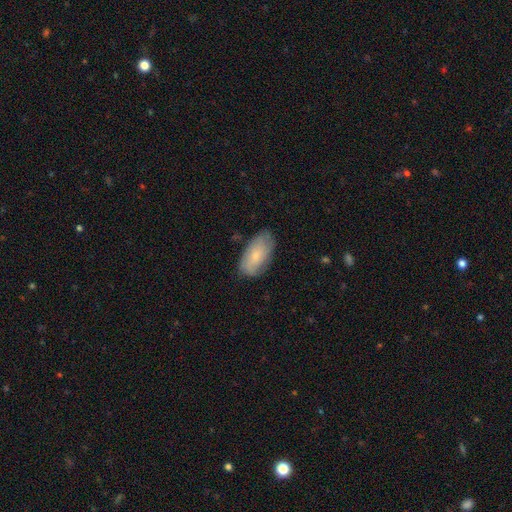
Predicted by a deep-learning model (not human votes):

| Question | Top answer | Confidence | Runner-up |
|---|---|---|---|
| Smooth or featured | smooth | 70% | featured or disk (23%) |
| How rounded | in between | 93% | cigar-shaped (4%) |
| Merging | none | 73% | minor disturbance (21%) |